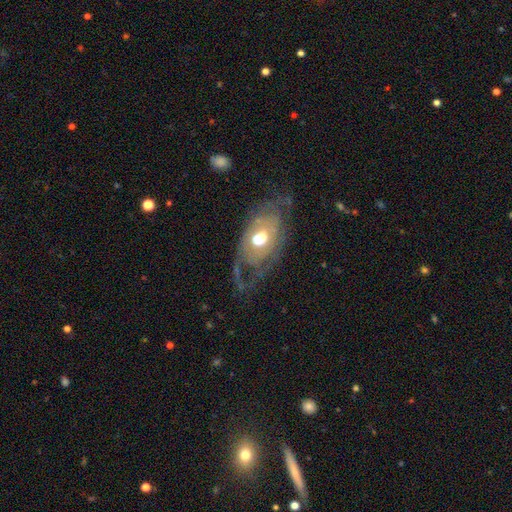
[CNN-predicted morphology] featured or disk 77%, smooth 15%, star or artifact 8%. Down the decision tree: edge-on disk — no (91%); bar — no (70%); spiral arms — yes (72%); spiral arm count — can't tell (45%); spiral winding — tight (52%); bulge size — moderate (72%); merging — none (60%).